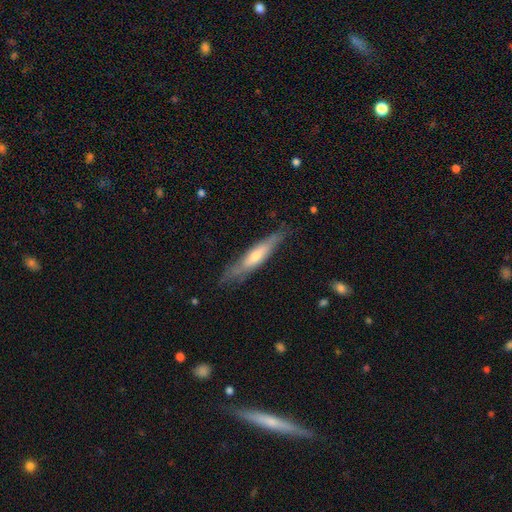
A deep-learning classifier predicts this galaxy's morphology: Smooth or featured? featured or disk (49%)
Merging? none (75%)